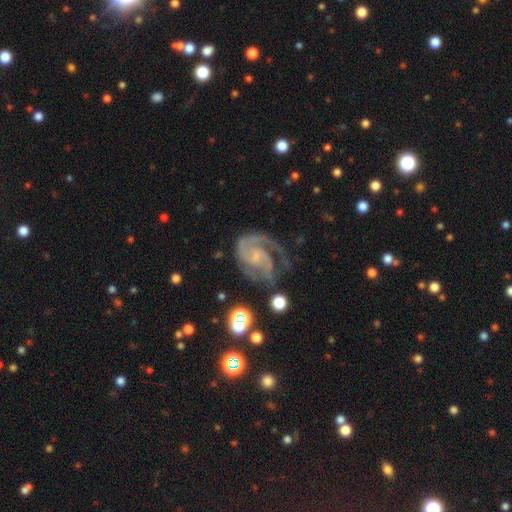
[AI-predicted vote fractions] This appears to be a featured or disk galaxy (88%) with no bar (54%), 2 (66%) medium (47%) spiral arms (97%) and a small central bulge (56%). Merging: none (59%).